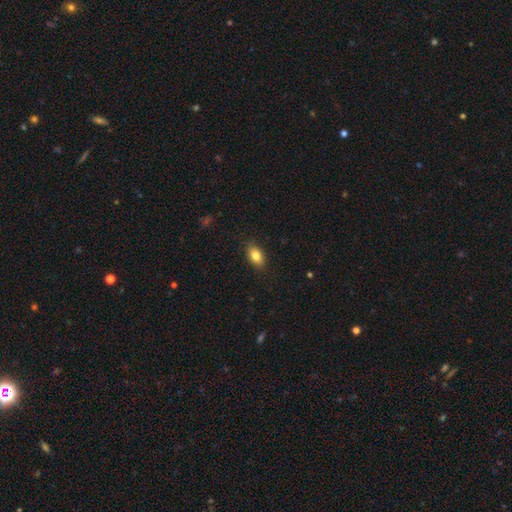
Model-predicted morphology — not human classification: This appears to be a smooth galaxy with no disk features (83%) that is in between round and cigar-shaped (87%). Merging: none (85%).